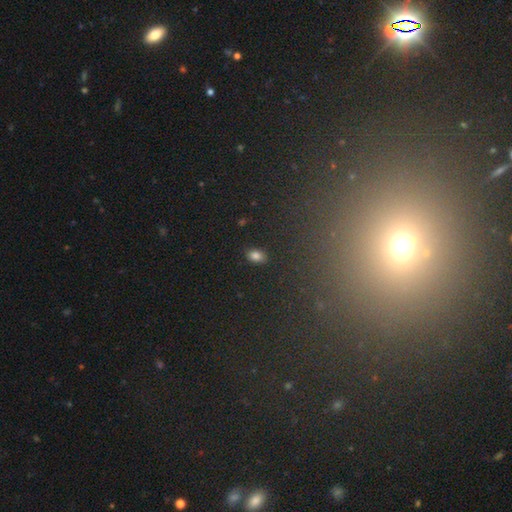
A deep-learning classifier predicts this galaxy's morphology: Smooth or featured? smooth (81%)
How rounded? in between (86%)
Merging? none (87%)